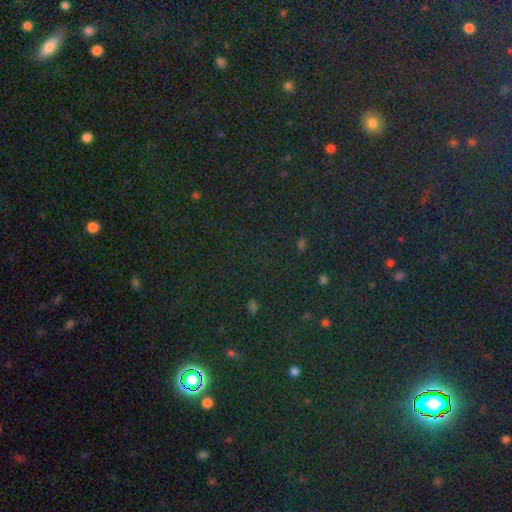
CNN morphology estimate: Smooth or featured: star or artifact — 78% (smooth — 14%)